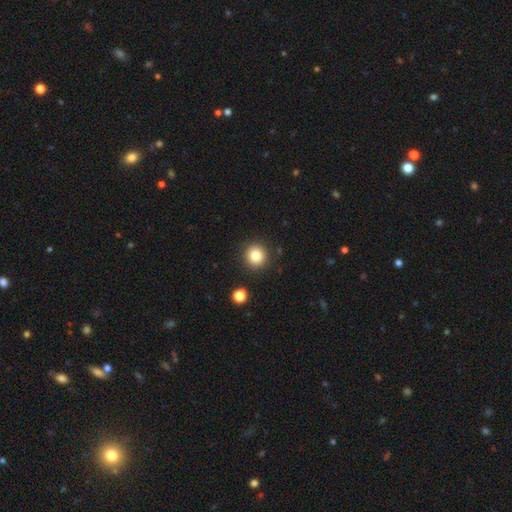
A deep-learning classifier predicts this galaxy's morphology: The model was most divided on "smooth or featured": smooth: 82%, star or artifact: 11%, featured or disk: 7%. More confident: how rounded — round (94%); merging — none (90%).